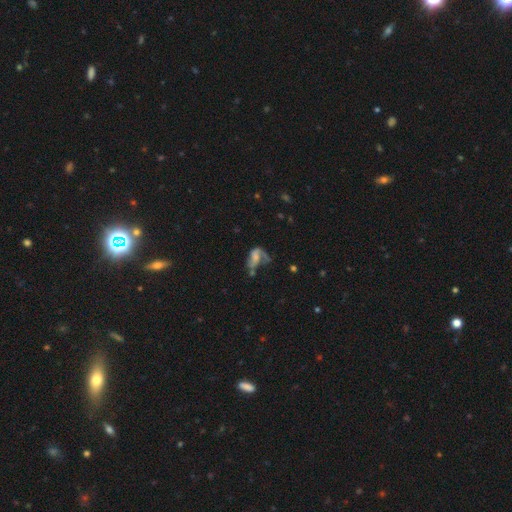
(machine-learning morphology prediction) This appears to be a featured or disk galaxy (62%) with no bar (57%), spiral arms (74%) and no central bulge (37%). Merging: major disturbance (39%).